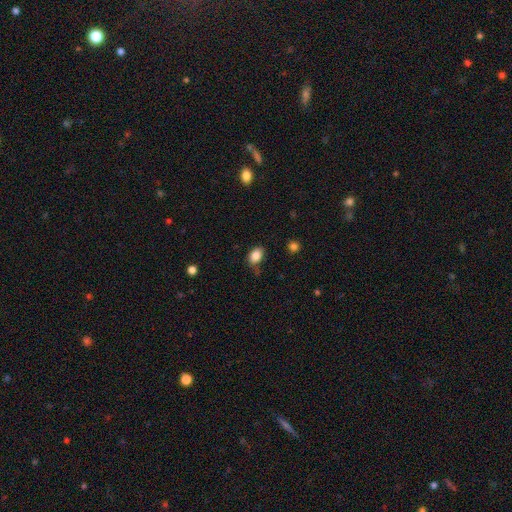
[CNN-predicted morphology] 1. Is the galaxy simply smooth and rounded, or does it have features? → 85% smooth, 9% star or artifact, 6% featured or disk.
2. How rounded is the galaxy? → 81% in between, 18% round, 1% cigar-shaped.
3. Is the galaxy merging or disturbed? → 72% none, 20% minor disturbance, 4% major disturbance, 3% merger.